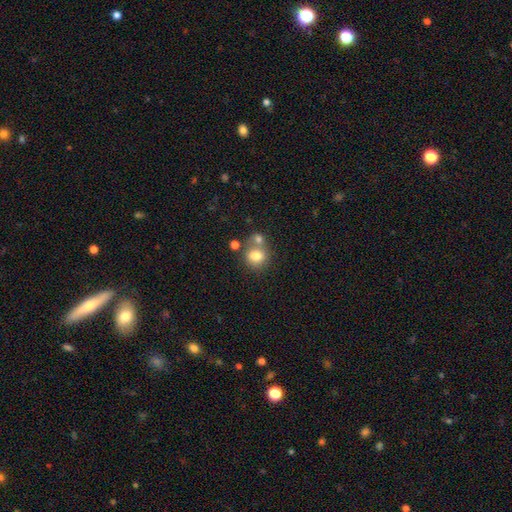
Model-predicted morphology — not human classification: This appears to be a smooth galaxy with no disk features (77%) that is round (75%). Merging: none (52%).